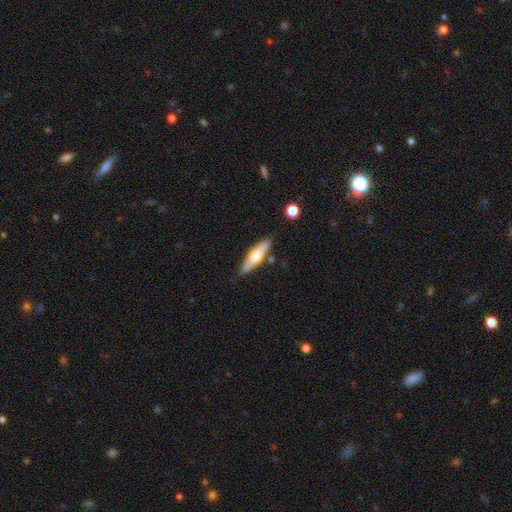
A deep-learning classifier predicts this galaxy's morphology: A smooth galaxy with no disk features (50%). Merging: none (83%).